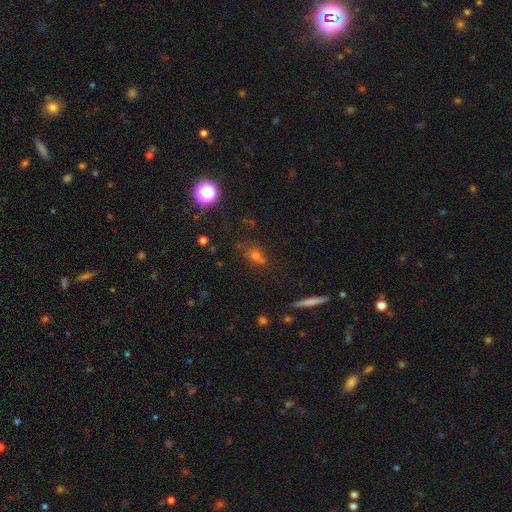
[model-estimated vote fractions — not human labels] Smooth or featured: smooth — 52% (star or artifact — 31%)
How rounded: round — 45% (tied with in between — 45%)
Merging: none — 66% (minor disturbance — 17%)